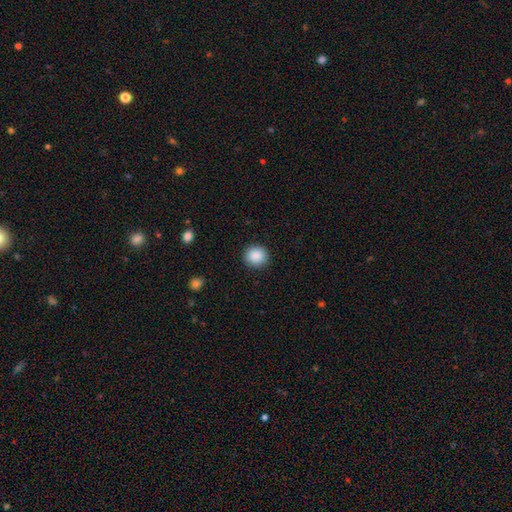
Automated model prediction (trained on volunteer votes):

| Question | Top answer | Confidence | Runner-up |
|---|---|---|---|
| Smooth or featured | smooth | 89% | star or artifact (8%) |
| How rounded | round | 89% | in between (10%) |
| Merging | none | 91% | minor disturbance (6%) |